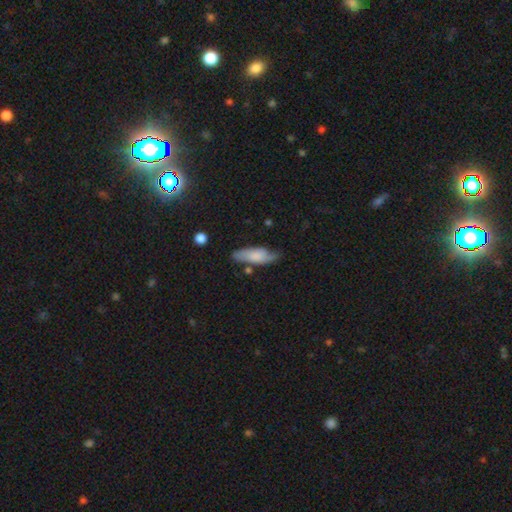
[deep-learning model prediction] smooth_or_featured: smooth (p=0.70) [alt: featured or disk p=0.24]
how_rounded: in between (p=0.55) [alt: cigar-shaped p=0.43]
merging: none (p=0.67) [alt: minor disturbance p=0.24]